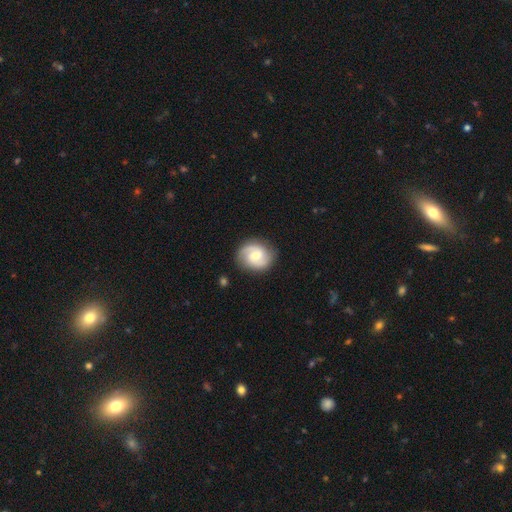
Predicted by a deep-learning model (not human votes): smooth_or_featured: featured or disk (p=0.73) [alt: smooth p=0.21]
disk_edge_on: no (p=0.98) [alt: yes p=0.02]
bar: weak (p=0.46) [alt: no p=0.45]
has_spiral_arms: yes (p=0.95) [alt: no p=0.05]
spiral_winding: medium (p=0.49) [alt: tight p=0.30]
spiral_arm_count: 2 (p=0.87) [alt: can't tell p=0.05]
bulge_size: moderate (p=0.54) [alt: small p=0.38]
merging: none (p=0.84) [alt: minor disturbance p=0.11]